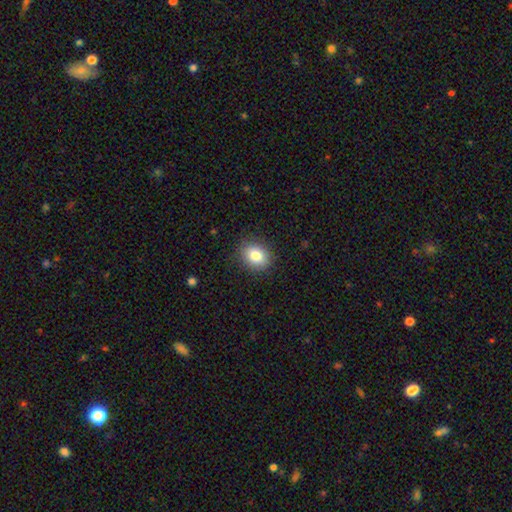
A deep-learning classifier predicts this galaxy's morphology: Q: Smooth or featured?
A: smooth (82%); runner-up: star or artifact (10%)
Q: How rounded?
A: in between (52%); runner-up: round (47%)
Q: Merging?
A: none (88%); runner-up: minor disturbance (9%)